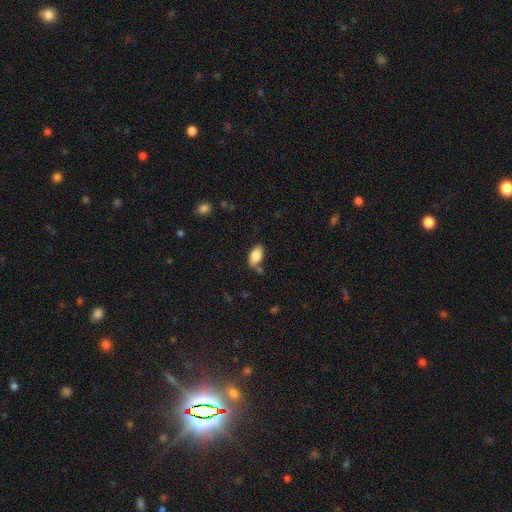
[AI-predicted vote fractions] Morphology: type=smooth (84%); roundness=in between (92%); merging=none (74%).